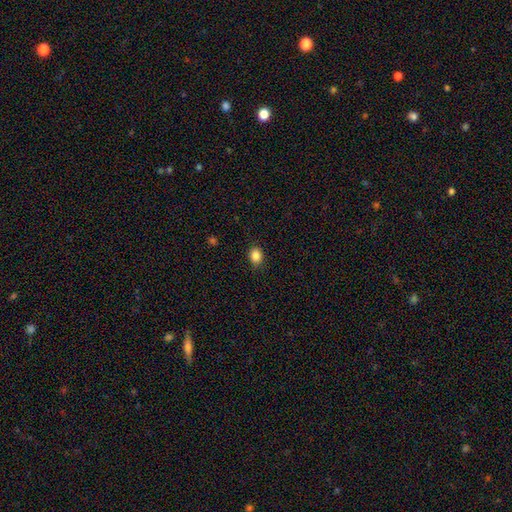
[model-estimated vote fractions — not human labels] Q: Smooth or featured?
A: smooth (86%); runner-up: star or artifact (10%)
Q: How rounded?
A: in between (57%); runner-up: round (42%)
Q: Merging?
A: none (88%); runner-up: minor disturbance (9%)